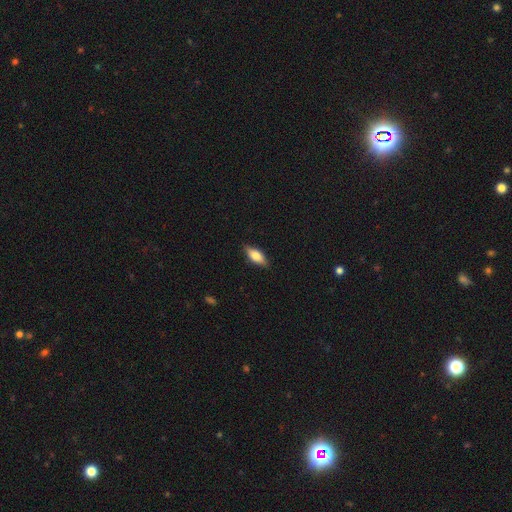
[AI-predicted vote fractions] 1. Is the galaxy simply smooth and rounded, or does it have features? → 69% smooth, 25% featured or disk, 7% star or artifact.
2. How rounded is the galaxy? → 76% in between, 20% cigar-shaped, 3% round.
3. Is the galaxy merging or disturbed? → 85% none, 11% minor disturbance, 2% major disturbance, 1% merger.